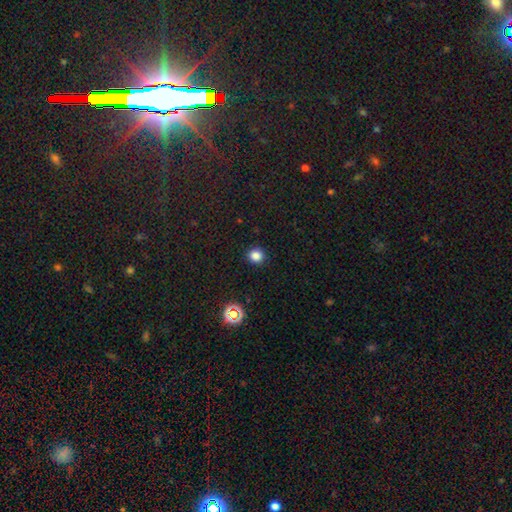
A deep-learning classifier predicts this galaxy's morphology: smooth_or_featured: smooth (p=0.83) [alt: star or artifact p=0.14]
how_rounded: round (p=0.92) [alt: in between p=0.07]
merging: none (p=0.92) [alt: minor disturbance p=0.05]